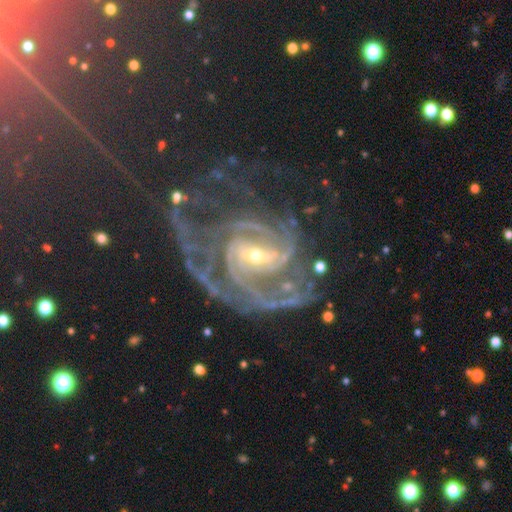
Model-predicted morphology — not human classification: smooth-or-featured: featured or disk: 92% | star or artifact: 5% | smooth: 3%
  disk-edge-on: no: 98% | yes: 2%
    bar: strong: 41% | weak: 40% | no: 19%
    has-spiral-arms: yes: 98% | no: 2%
      spiral-winding: tight: 48% | medium: 40% | loose: 11%
      spiral-arm-count: 3: 23% | 4: 20% | 2: 20% | can't tell: 16% | more than 4: 12% | 1: 10%
    bulge-size: small: 59% | moderate: 37% | large: 2% | none: 1% | dominant: 1%
  merging: none: 48% | major disturbance: 30% | minor disturbance: 17% | merger: 5%